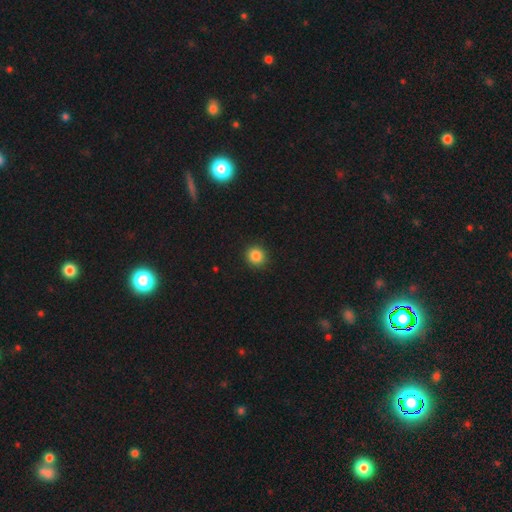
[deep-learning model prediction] Morphology: type=smooth (86%); roundness=round (91%); merging=none (92%).